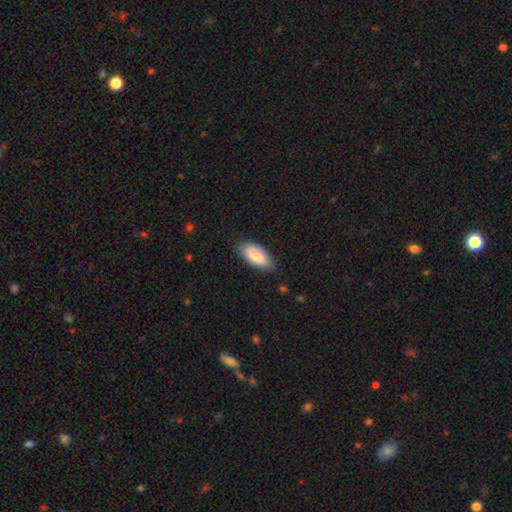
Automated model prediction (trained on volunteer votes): Smooth or featured? Predicted: smooth (p=0.84). How rounded? Predicted: in between (p=0.88). Merging? Predicted: none (p=0.82).